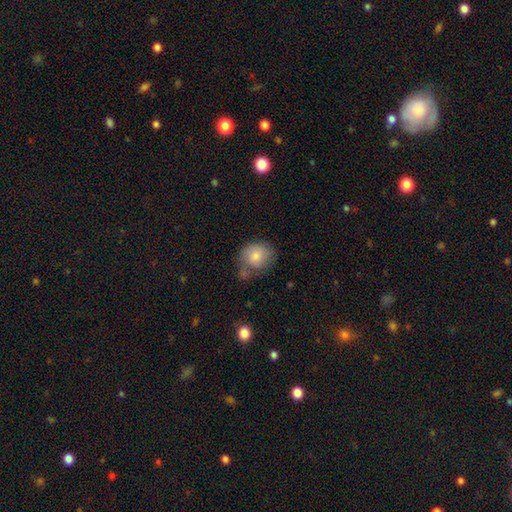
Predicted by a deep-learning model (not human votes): Q: Smooth or featured?
A: smooth (79%); runner-up: featured or disk (13%)
Q: How rounded?
A: round (72%); runner-up: in between (27%)
Q: Merging?
A: none (50%); runner-up: minor disturbance (25%)